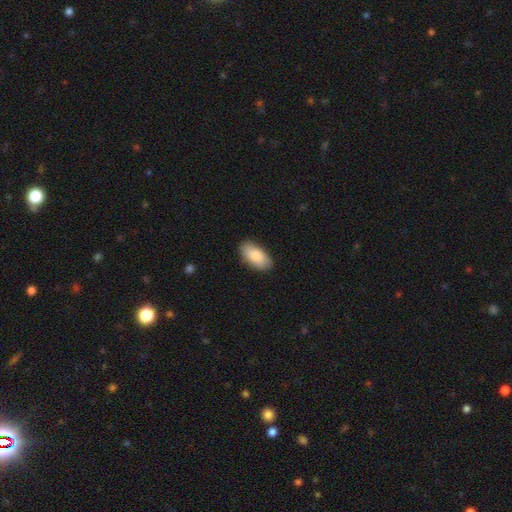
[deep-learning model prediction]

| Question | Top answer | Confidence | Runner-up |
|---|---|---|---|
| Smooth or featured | smooth | 86% | featured or disk (9%) |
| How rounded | in between | 94% | cigar-shaped (4%) |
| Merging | none | 86% | minor disturbance (11%) |